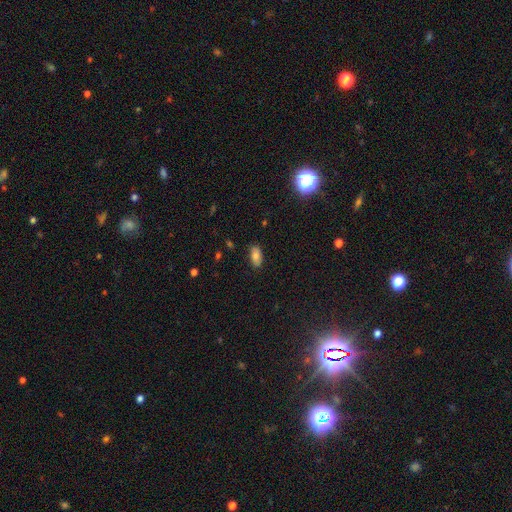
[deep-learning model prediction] Smooth or featured?
  - smooth: 79% *
  - featured or disk: 12%
  - star or artifact: 10%
How rounded?
  - in between: 92% *
  - round: 4%
  - cigar-shaped: 4%
Merging?
  - none: 85% *
  - minor disturbance: 12%
  - major disturbance: 2%
  - merger: 1%